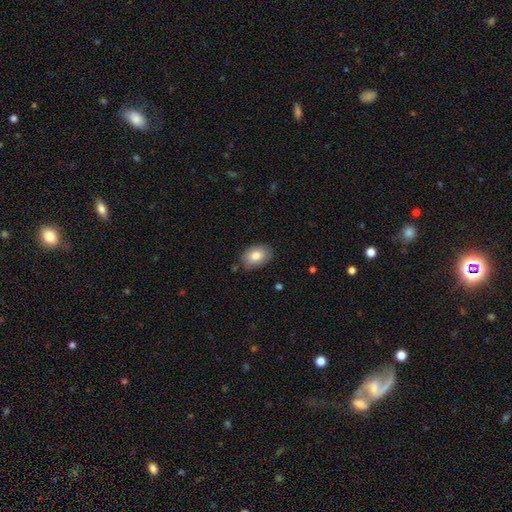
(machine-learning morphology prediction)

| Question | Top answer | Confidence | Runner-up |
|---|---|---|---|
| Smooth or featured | smooth | 82% | featured or disk (11%) |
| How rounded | in between | 87% | round (12%) |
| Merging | none | 82% | minor disturbance (14%) |